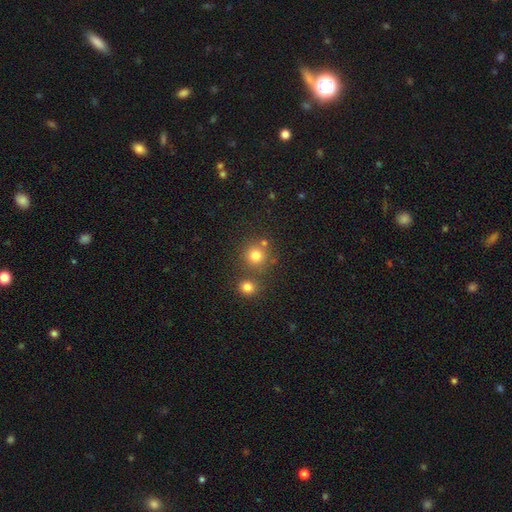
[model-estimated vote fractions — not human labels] smooth_or_featured: smooth (p=0.78) [alt: star or artifact p=0.14]
how_rounded: round (p=0.92) [alt: in between p=0.07]
merging: none (p=0.70) [alt: merger p=0.18]